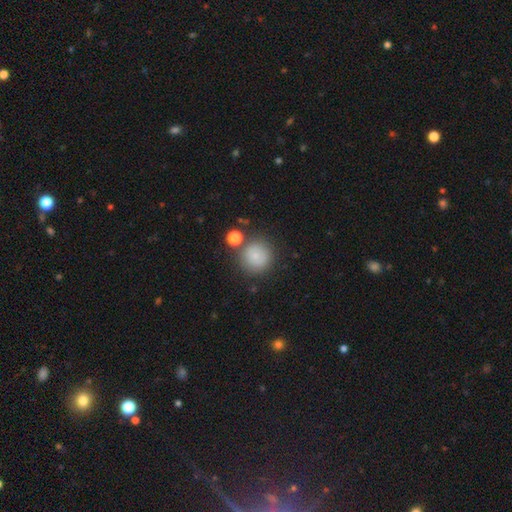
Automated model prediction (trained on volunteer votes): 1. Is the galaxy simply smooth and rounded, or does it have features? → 81% smooth, 10% star or artifact, 9% featured or disk.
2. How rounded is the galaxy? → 94% round, 5% in between, 1% cigar-shaped.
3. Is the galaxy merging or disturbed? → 77% none, 11% minor disturbance, 8% merger, 4% major disturbance.